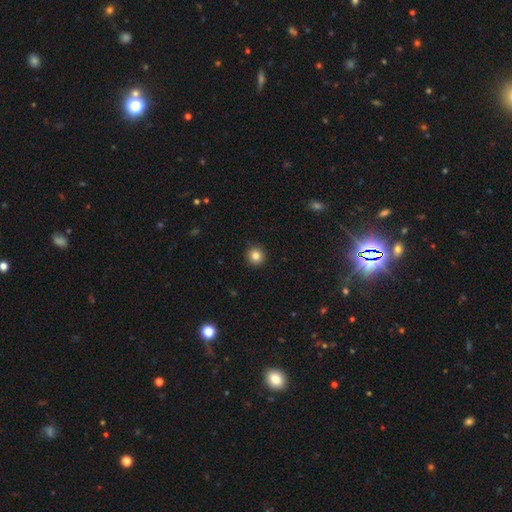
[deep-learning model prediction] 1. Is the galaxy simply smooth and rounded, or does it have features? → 83% smooth, 11% star or artifact, 6% featured or disk.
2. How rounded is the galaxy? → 94% round, 5% in between, 1% cigar-shaped.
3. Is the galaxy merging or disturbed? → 92% none, 6% minor disturbance, 2% major disturbance, 1% merger.